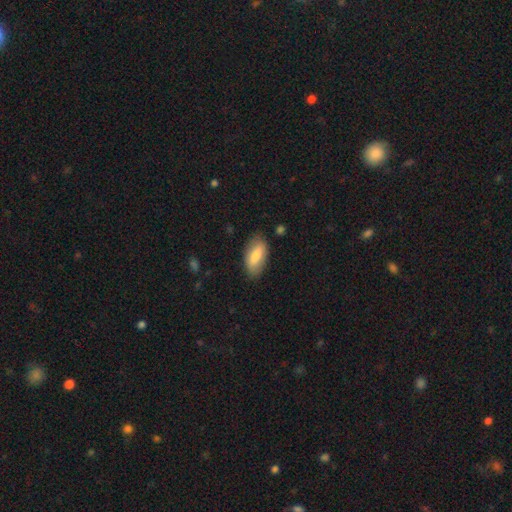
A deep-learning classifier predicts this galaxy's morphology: smooth-or-featured: smooth: 75% | featured or disk: 19% | star or artifact: 6%
  how-rounded: in between: 88% | cigar-shaped: 9% | round: 3%
  merging: none: 82% | minor disturbance: 14% | major disturbance: 3% | merger: 1%